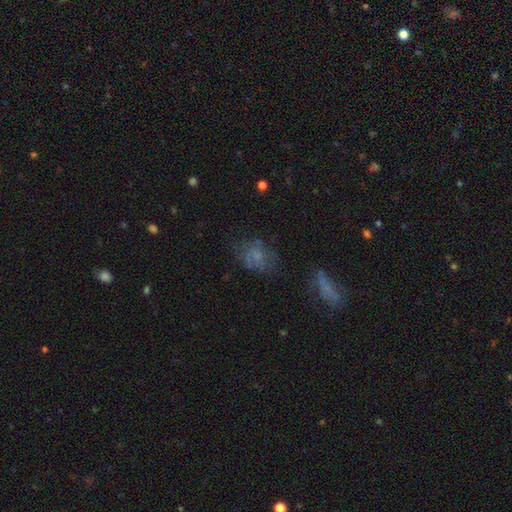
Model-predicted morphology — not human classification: smooth_or_featured: smooth (p=0.52) [alt: featured or disk p=0.31]
how_rounded: in between (p=0.63) [alt: round p=0.35]
merging: none (p=0.52) [alt: minor disturbance p=0.23]